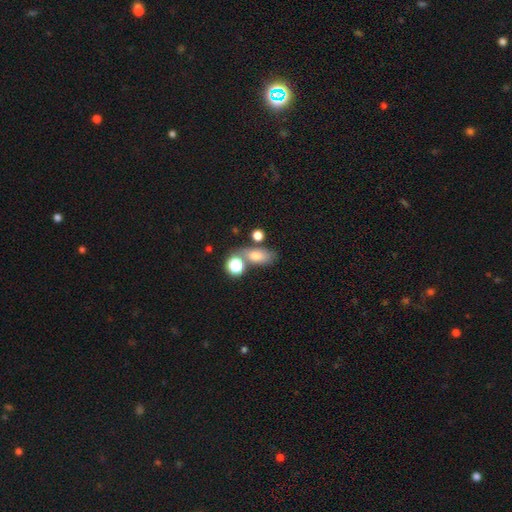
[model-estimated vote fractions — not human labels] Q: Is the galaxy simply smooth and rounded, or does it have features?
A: smooth — 74%.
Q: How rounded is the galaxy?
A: in between — 76%.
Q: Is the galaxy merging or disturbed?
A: none — 54%.